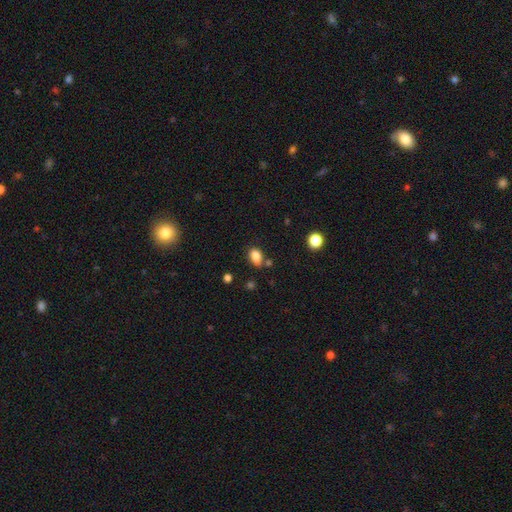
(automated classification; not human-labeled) This appears to be a smooth galaxy with no disk features (84%) that is in between round and cigar-shaped (79%). Merging: none (65%).